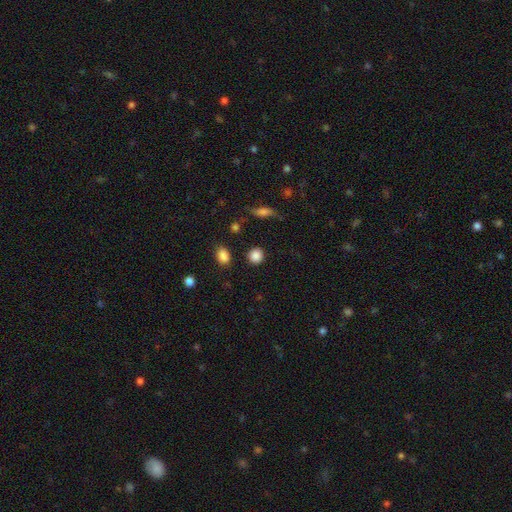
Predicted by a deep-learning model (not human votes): This is clearly a smooth galaxy (86%). How rounded: clearly round (84%). Merging: clearly none (87%).